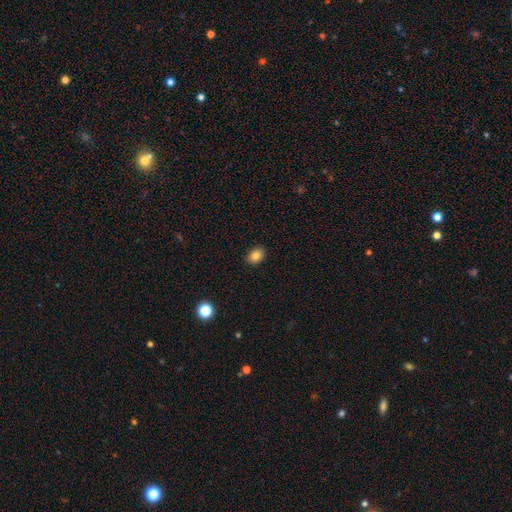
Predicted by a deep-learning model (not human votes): Smooth or featured: smooth — 84% (star or artifact — 10%)
How rounded: in between — 68% (round — 32%)
Merging: none — 90% (minor disturbance — 8%)